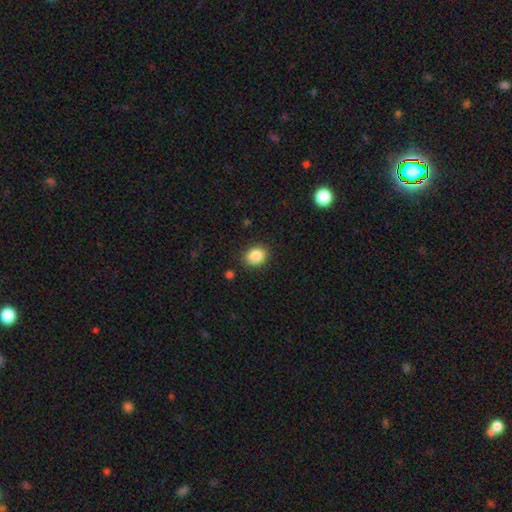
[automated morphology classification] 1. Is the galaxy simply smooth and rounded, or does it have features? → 86% smooth, 9% star or artifact, 5% featured or disk.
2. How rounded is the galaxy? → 58% in between, 41% round, 1% cigar-shaped.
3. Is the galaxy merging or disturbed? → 87% none, 9% minor disturbance, 2% major disturbance, 1% merger.